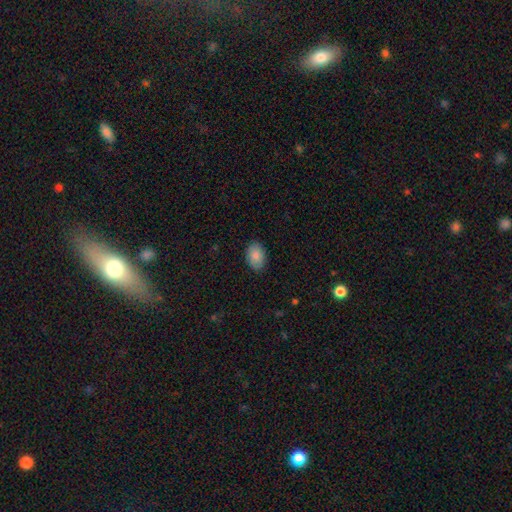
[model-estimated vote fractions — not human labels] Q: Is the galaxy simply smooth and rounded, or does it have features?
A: smooth — 86%.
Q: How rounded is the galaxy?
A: in between — 87%.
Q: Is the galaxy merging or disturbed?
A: none — 87%.